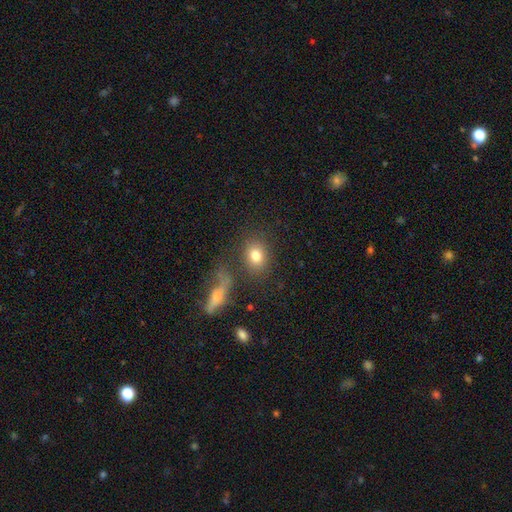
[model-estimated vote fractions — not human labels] This appears to be a smooth galaxy with no disk features (79%) that is in between round and cigar-shaped (52%). Merging: none (72%).